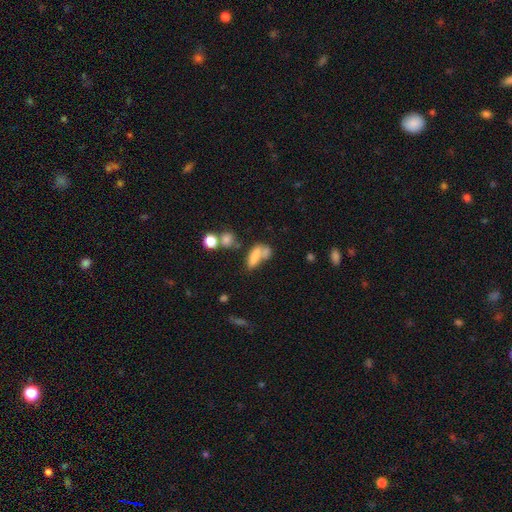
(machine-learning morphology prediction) This appears to be a smooth galaxy with no disk features (70%) that is in between round and cigar-shaped (66%). Merging: merger (42%).